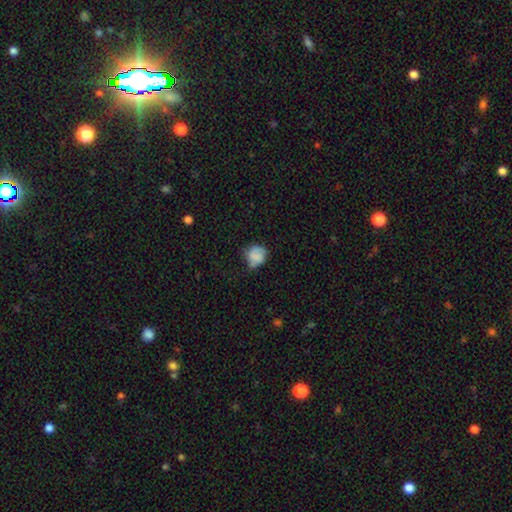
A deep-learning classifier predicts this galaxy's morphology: A smooth galaxy with no disk features (67%) that is round (69%).

Vote fractions:
- Smooth or featured? smooth: 67% / featured or disk: 24% / star or artifact: 10%
- How rounded? round: 69% / in between: 30% / cigar-shaped: 1%
- Merging? none: 45% / minor disturbance: 35% / major disturbance: 17% / merger: 3%